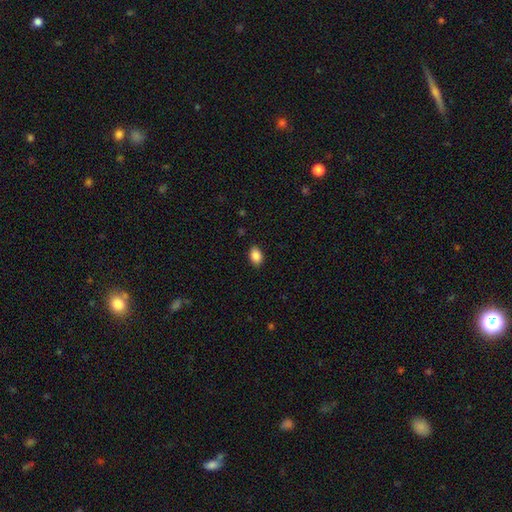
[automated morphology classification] Smooth or featured: smooth — 88% (star or artifact — 8%)
How rounded: in between — 84% (round — 15%)
Merging: none — 88% (minor disturbance — 9%)